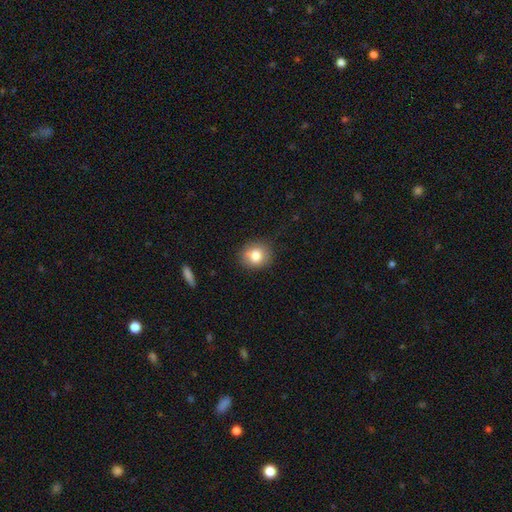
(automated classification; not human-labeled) Smooth or featured? Predicted: smooth (p=0.80). How rounded? Predicted: round (p=0.76). Merging? Predicted: none (p=0.82).